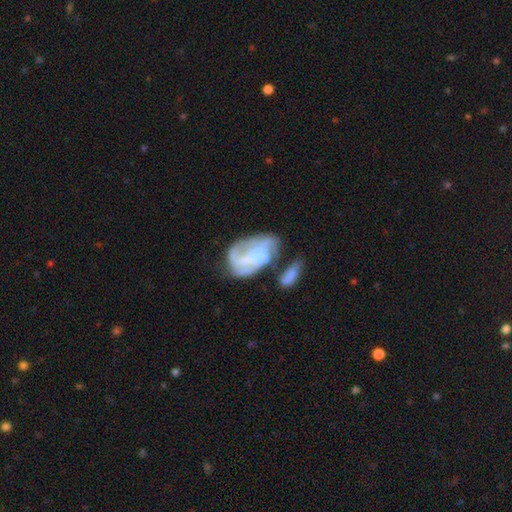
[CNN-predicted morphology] Smooth or featured?
  - featured or disk: 64% *
  - smooth: 27%
  - star or artifact: 9%
Edge-on disk?
  - no: 97% *
  - yes: 3%
Bar?
  - no: 59% *
  - weak: 29%
  - strong: 13%
Spiral arms?
  - yes: 60% *
  - no: 40%
Bulge size?
  - none: 52% *
  - small: 29%
  - moderate: 14%
  - large: 4%
  - dominant: 2%
Merging?
  - major disturbance: 27% * (tied)
  - merger: 27% * (tied)
  - none: 25%
  - minor disturbance: 20%